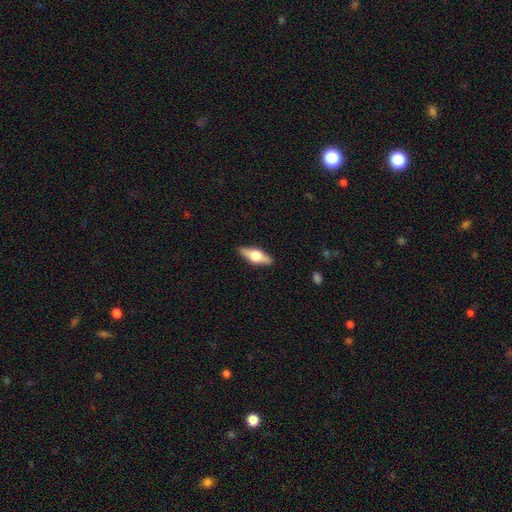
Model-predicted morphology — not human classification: This is possibly a featured or disk galaxy (53%). It is clearly viewed edge-on (93%). Merging: clearly none (89%).